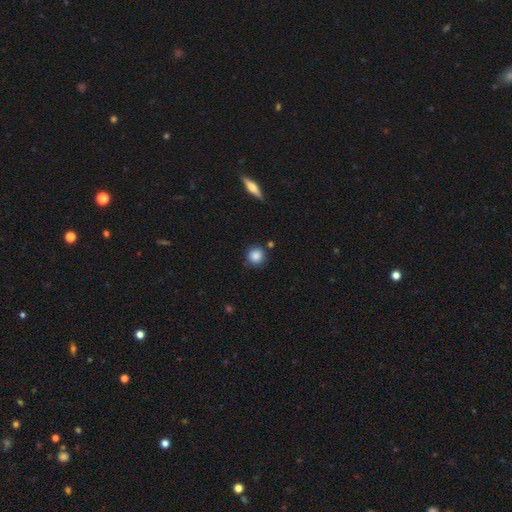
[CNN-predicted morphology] Smooth or featured? Predicted: smooth (p=0.86). How rounded? Predicted: round (p=0.91). Merging? Predicted: none (p=0.82).